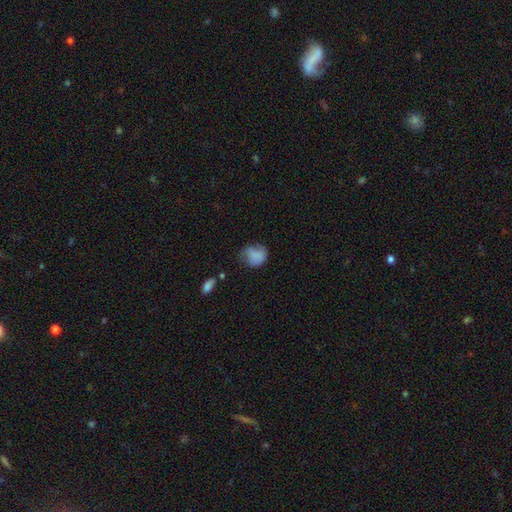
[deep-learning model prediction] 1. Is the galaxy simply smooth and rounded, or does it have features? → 77% smooth, 13% featured or disk, 10% star or artifact.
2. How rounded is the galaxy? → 61% round, 38% in between, 1% cigar-shaped.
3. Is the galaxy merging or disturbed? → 42% none, 34% minor disturbance, 20% major disturbance, 4% merger.